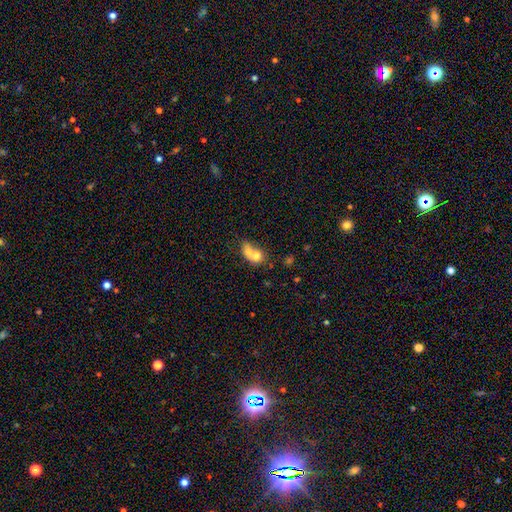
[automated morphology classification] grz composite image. It shows a smooth galaxy with no disk features (68%) that is round (50%). Merging: merger (74%).